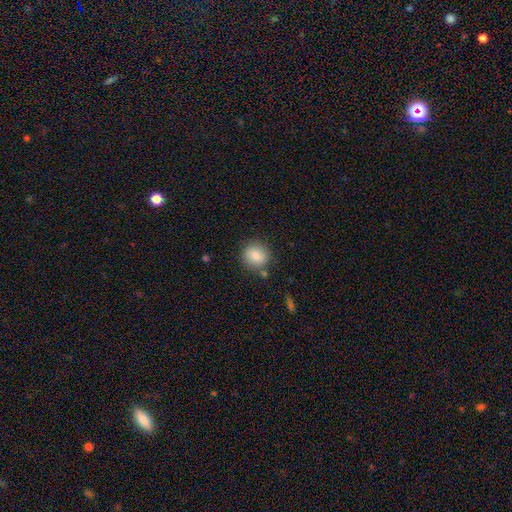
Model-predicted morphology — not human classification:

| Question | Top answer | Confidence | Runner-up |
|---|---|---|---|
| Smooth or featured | smooth | 84% | star or artifact (9%) |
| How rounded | round | 86% | in between (13%) |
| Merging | none | 82% | minor disturbance (11%) |